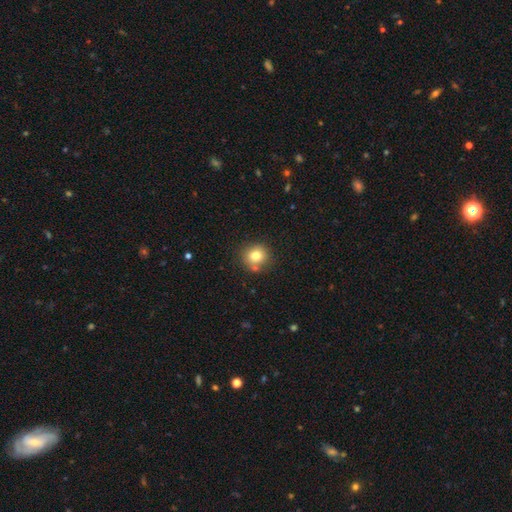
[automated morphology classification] A smooth galaxy with no disk features (78%) that is round (90%). Merging: none (78%).